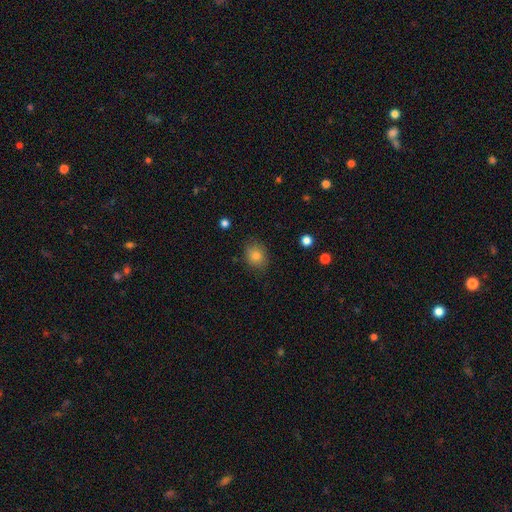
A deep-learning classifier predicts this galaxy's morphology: This appears to be a smooth galaxy with no disk features (81%) that is round (51%). Merging: none (82%).